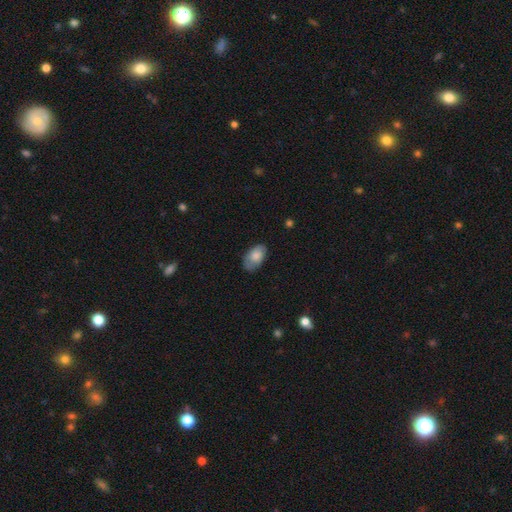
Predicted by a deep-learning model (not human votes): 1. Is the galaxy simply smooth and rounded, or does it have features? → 78% smooth, 15% featured or disk, 7% star or artifact.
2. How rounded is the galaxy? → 93% in between, 6% round, 1% cigar-shaped.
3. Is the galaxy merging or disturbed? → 71% none, 23% minor disturbance, 5% major disturbance, 1% merger.